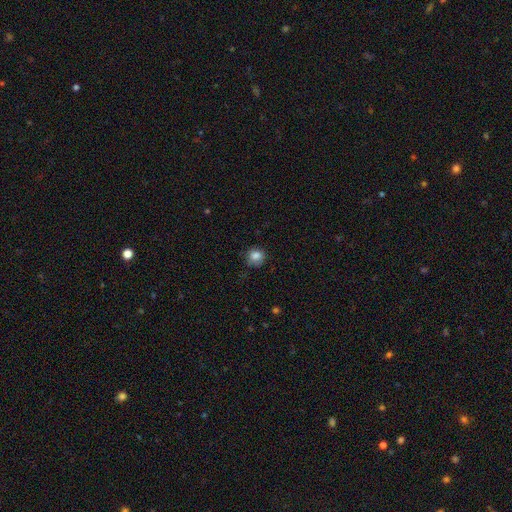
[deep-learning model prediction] smooth 83%, star or artifact 10%, featured or disk 8%. Down the decision tree: how rounded — round (85%); merging — none (76%).